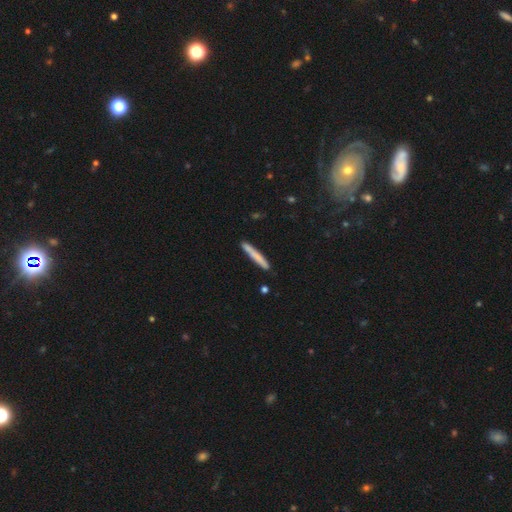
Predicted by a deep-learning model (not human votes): smooth 73%, featured or disk 21%, star or artifact 6%. Down the decision tree: how rounded — cigar-shaped (96%); merging — none (86%).